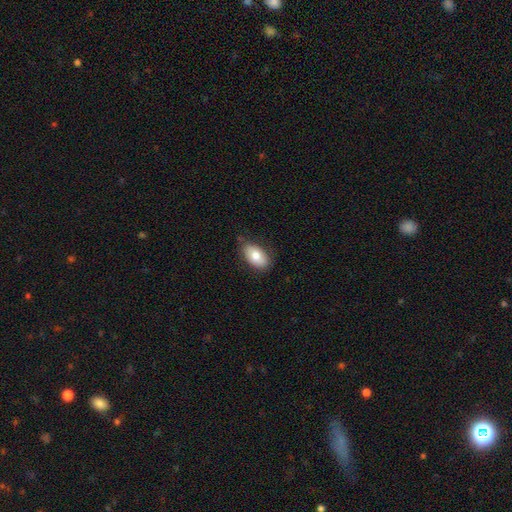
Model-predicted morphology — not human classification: This is likely a smooth galaxy (79%). How rounded: clearly in between (92%). Merging: likely none (79%).